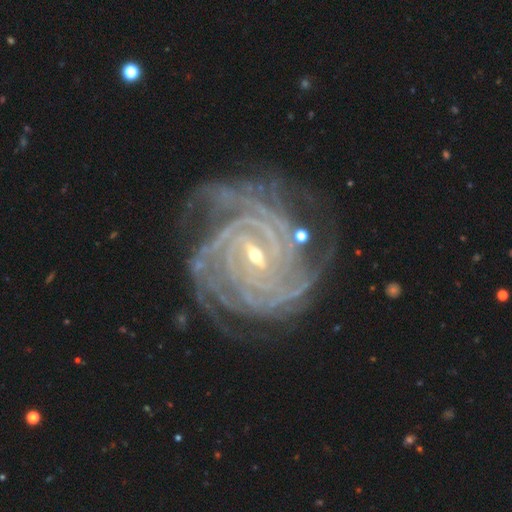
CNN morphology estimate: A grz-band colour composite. It shows a featured or disk galaxy (93%) with a weak bar (43%), 4 (28%) tight (82%) spiral arms (99%) and a small central bulge (64%). Merging: none (68%).